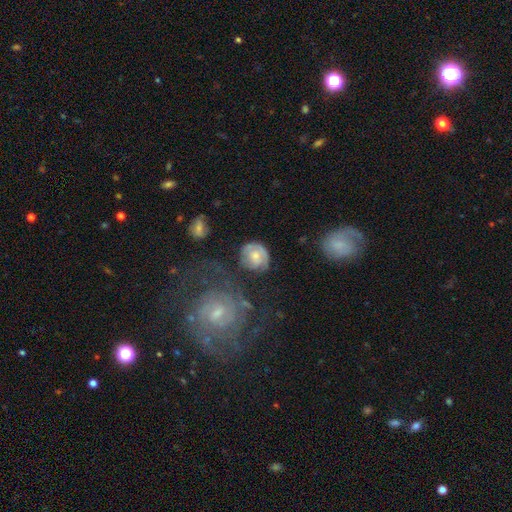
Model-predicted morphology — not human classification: A featured or disk galaxy (49%). Merging: none (56%).